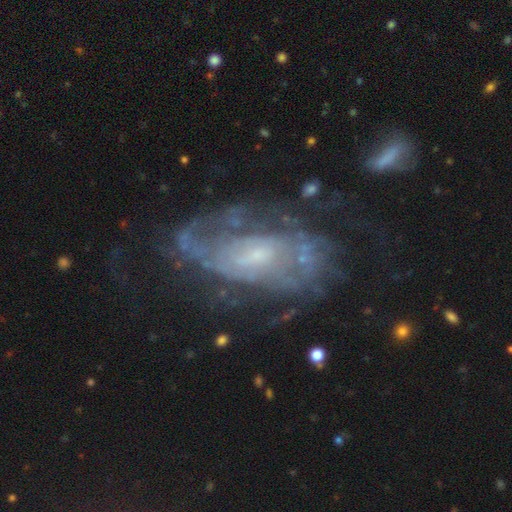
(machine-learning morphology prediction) A featured or disk galaxy (82%) with no bar (50%), tight (44%) spiral arms (85%) and a small central bulge (60%). Merging: none (59%).